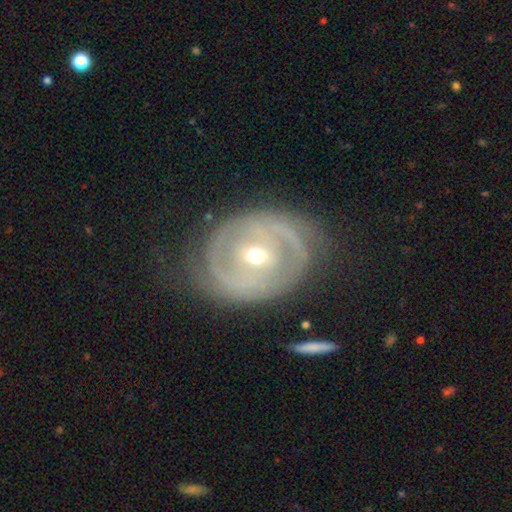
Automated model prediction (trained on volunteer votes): smooth-or-featured: featured or disk: 81% | smooth: 13% | star or artifact: 5%
  disk-edge-on: no: 96% | yes: 4%
    bar: weak: 40% | no: 39% | strong: 22%
    has-spiral-arms: yes: 77% | no: 23%
      spiral-winding: tight: 63% | medium: 26% | loose: 10%
      spiral-arm-count: 2: 57% | can't tell: 23% | 3: 8% | 1: 6% | 4: 3% | more than 4: 3%
    bulge-size: moderate: 67% | small: 28% | large: 3% | dominant: 1% | none: 1%
  merging: none: 73% | minor disturbance: 17% | major disturbance: 8% | merger: 2%